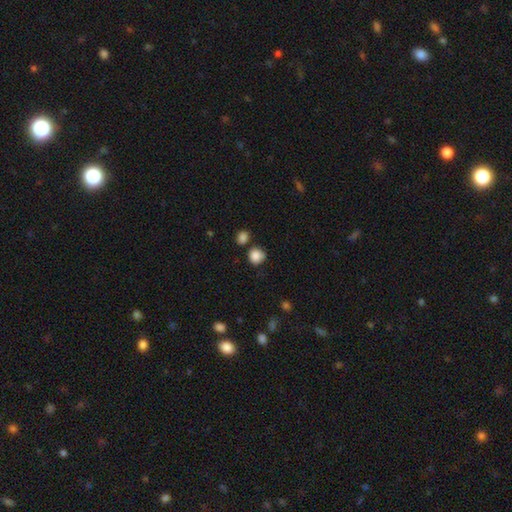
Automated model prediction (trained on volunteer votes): Overall: smooth (86%). How rounded: round (86%). Merging: none (68%).